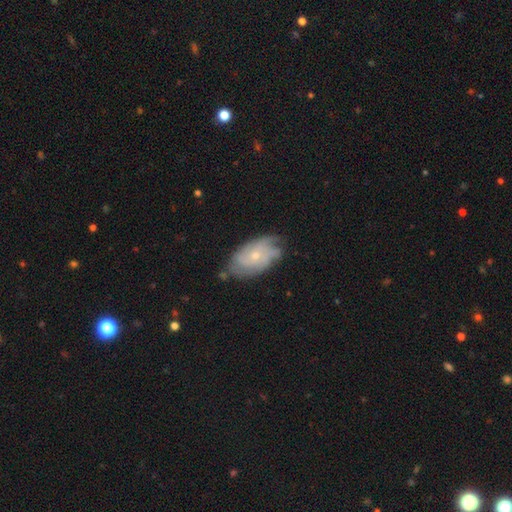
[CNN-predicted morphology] A featured or disk galaxy (70%) with no bar (79%), tight (49%) spiral arms (86%) and a small central bulge (67%). Merging: none (64%).